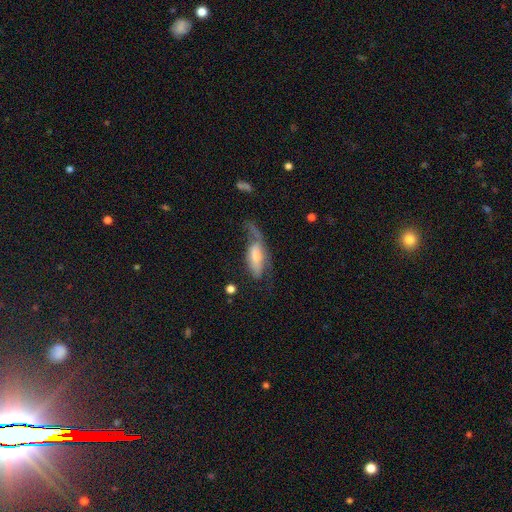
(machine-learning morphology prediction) This appears to be a featured or disk galaxy (53%). Merging: major disturbance (38%).